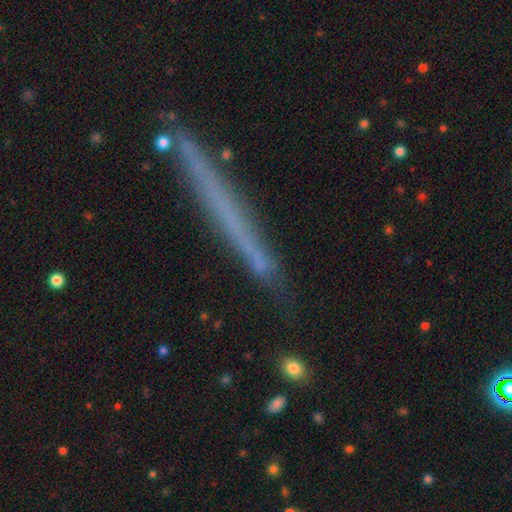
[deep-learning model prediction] featured or disk 49%, smooth 39%, star or artifact 12%. Down the decision tree: merging — none (81%).